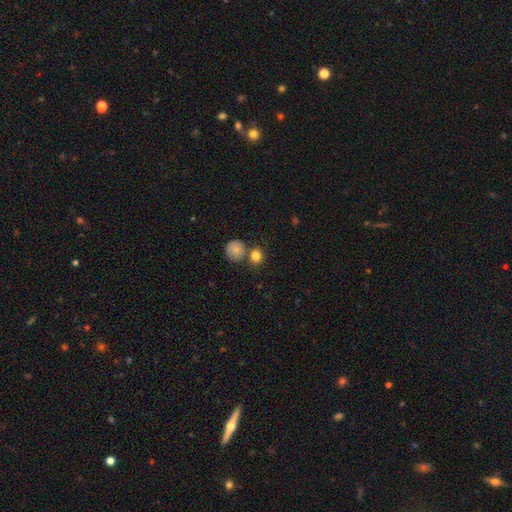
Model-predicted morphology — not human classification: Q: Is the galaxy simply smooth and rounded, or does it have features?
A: smooth — 82%.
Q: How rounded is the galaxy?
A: round — 80%.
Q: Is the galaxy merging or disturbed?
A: none — 64%.